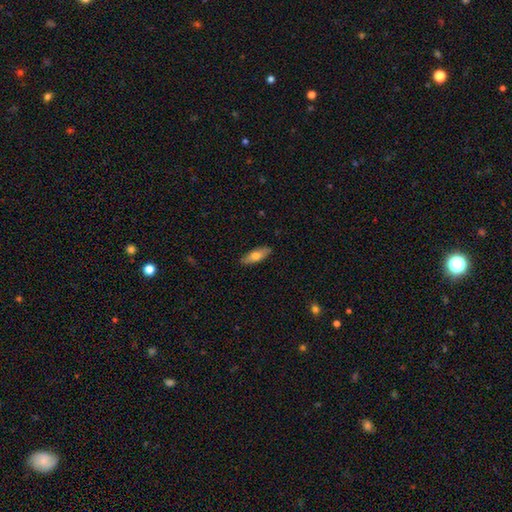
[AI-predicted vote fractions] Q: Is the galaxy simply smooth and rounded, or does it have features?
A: smooth — 67%.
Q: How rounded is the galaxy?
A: in between — 58%.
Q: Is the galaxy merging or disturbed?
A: none — 87%.